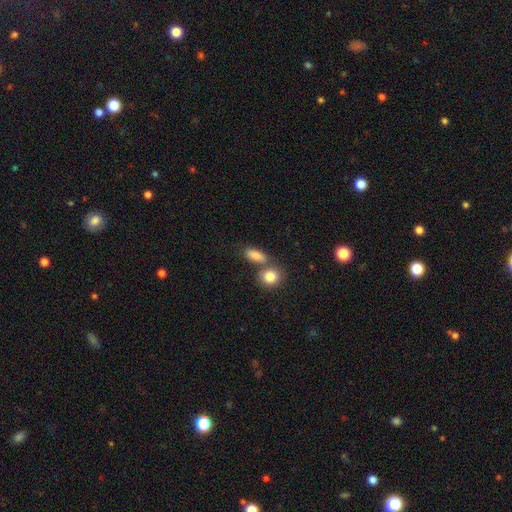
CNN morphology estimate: type=smooth (84%); roundness=in between (77%); merging=none (54%).